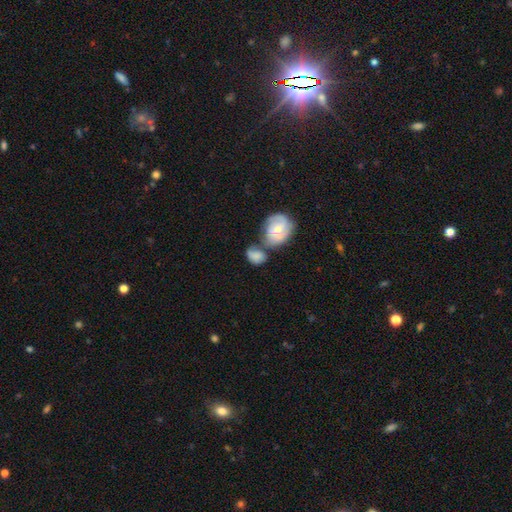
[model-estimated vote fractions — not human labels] A smooth galaxy with no disk features (57%) that is in between round and cigar-shaped (63%). Merging: merger (46%).